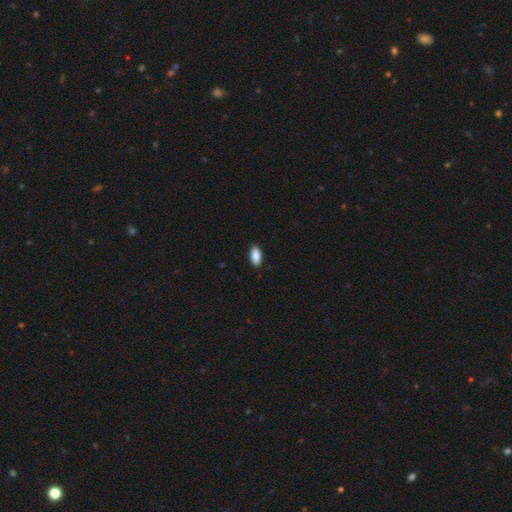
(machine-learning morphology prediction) smooth_or_featured: smooth (p=0.87) [alt: star or artifact p=0.07]
how_rounded: in between (p=0.91) [alt: cigar-shaped p=0.06]
merging: none (p=0.88) [alt: minor disturbance p=0.09]